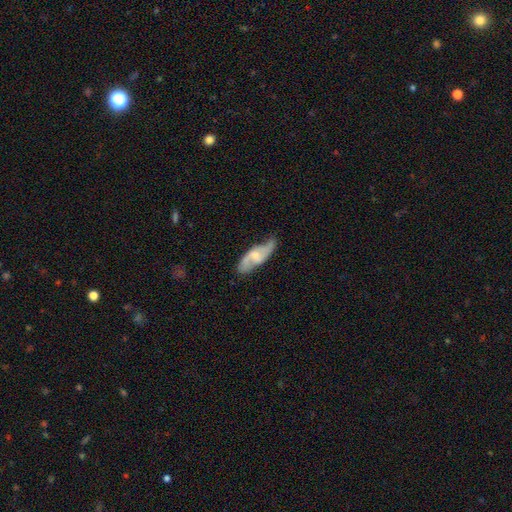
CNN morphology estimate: Q: Smooth or featured?
A: featured or disk (67%); runner-up: smooth (28%)
Q: Edge-on disk?
A: no (87%); runner-up: yes (13%)
Q: Bar?
A: weak (45%); runner-up: no (43%)
Q: Spiral arms?
A: yes (88%); runner-up: no (12%)
Q: Spiral winding?
A: loose (56%); runner-up: medium (33%)
Q: Spiral arm count?
A: 2 (86%); runner-up: can't tell (8%)
Q: Bulge size?
A: small (47%); runner-up: moderate (41%)
Q: Merging?
A: none (64%); runner-up: minor disturbance (25%)